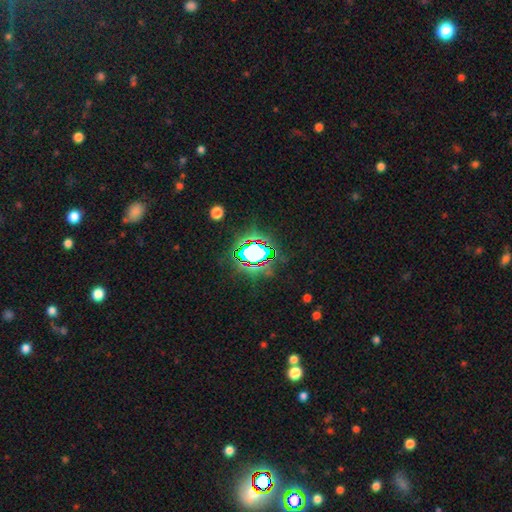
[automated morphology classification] A star or artifact, not a galaxy (69%).